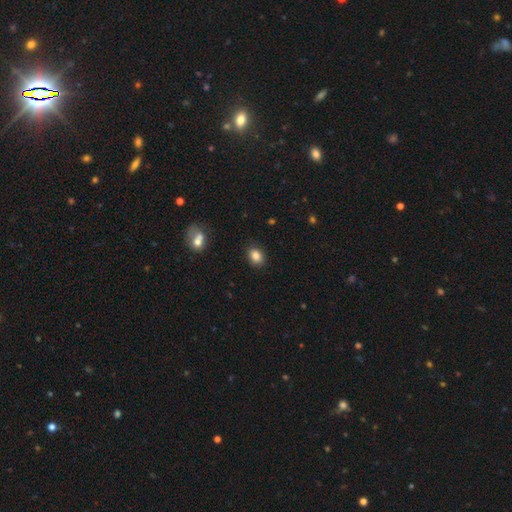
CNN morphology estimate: The model was most divided on "how rounded": in between: 63%, round: 35%, cigar-shaped: 1%. More confident: merging — none (87%); smooth or featured — smooth (85%).